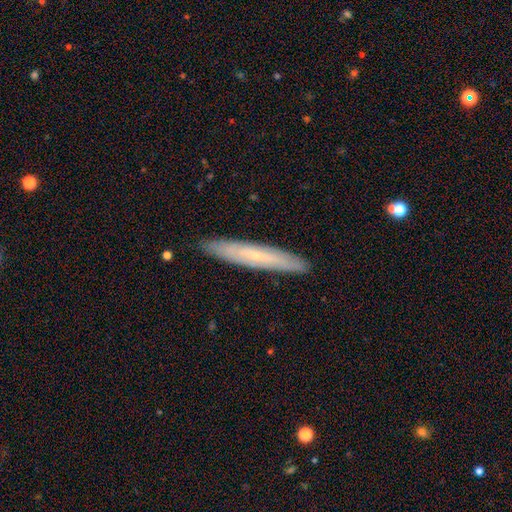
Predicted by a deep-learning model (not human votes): Smooth or featured: featured or disk — 48% (smooth — 46%)
Merging: none — 90% (minor disturbance — 8%)